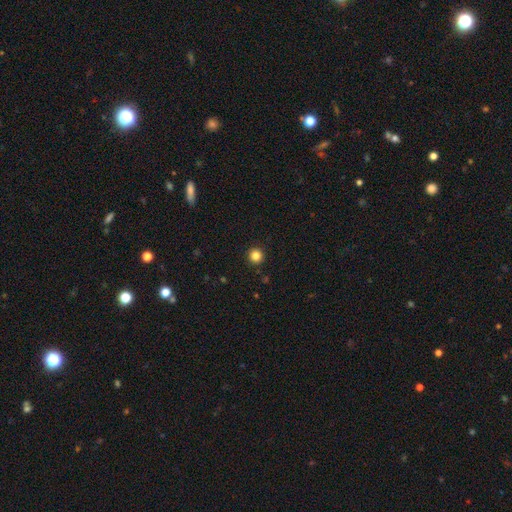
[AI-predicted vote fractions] Smooth or featured: smooth — 84% (star or artifact — 12%)
How rounded: round — 96% (in between — 3%)
Merging: none — 94% (minor disturbance — 4%)